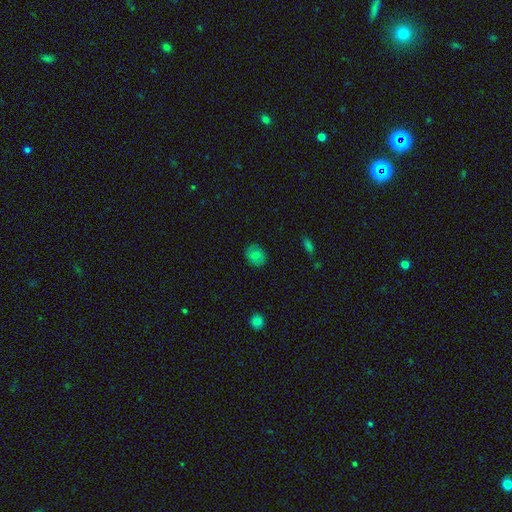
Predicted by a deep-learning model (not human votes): A smooth galaxy with no disk features (78%) that is round (58%).

Vote fractions:
- Smooth or featured? smooth: 78% / featured or disk: 12% / star or artifact: 10%
- How rounded? round: 58% / in between: 41% / cigar-shaped: 1%
- Merging? none: 85% / minor disturbance: 11% / major disturbance: 2% / merger: 1%